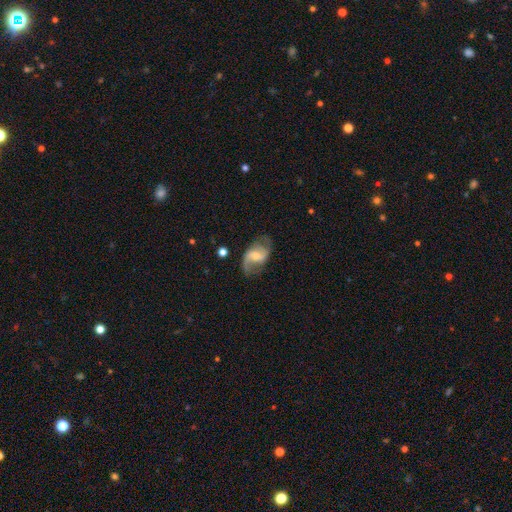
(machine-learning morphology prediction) The model was most divided on "spiral winding": loose: 52%, medium: 38%, tight: 9%. Remaining: edge-on disk — no (97%); spiral arms — yes (93%); spiral arm count — 2 (88%); smooth or featured — featured or disk (79%); merging — none (69%); bulge size — small (53%); bar — weak (49%).